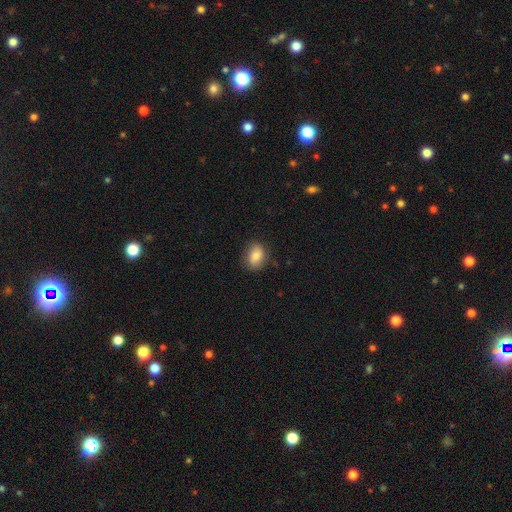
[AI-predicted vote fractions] A smooth galaxy with no disk features (81%) that is in between round and cigar-shaped (69%). Merging: none (81%).